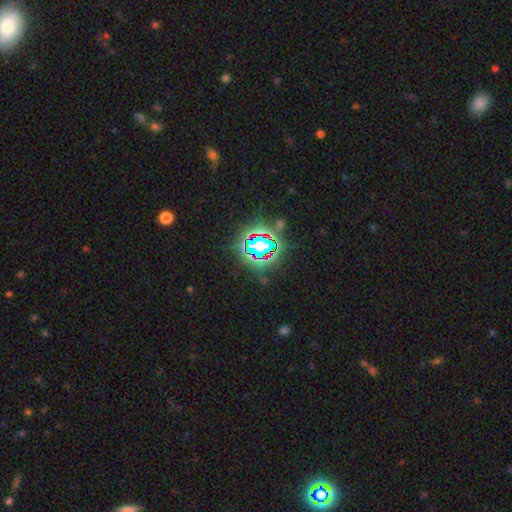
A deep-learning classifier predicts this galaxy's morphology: This appears to be a star or artifact, not a galaxy (76%).